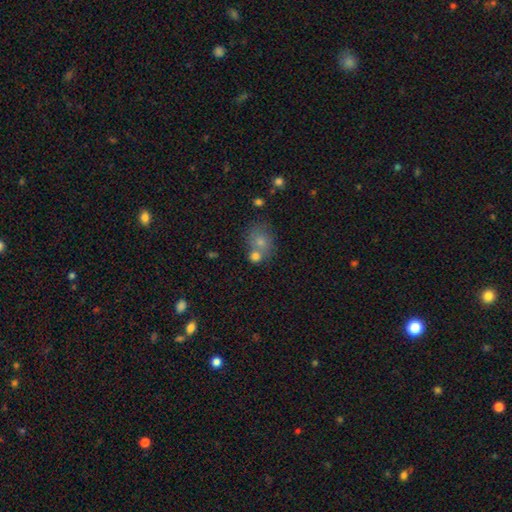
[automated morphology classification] smooth 74%, featured or disk 14%, star or artifact 12%. Down the decision tree: how rounded — round (68%); merging — merger (42%, tied with none).